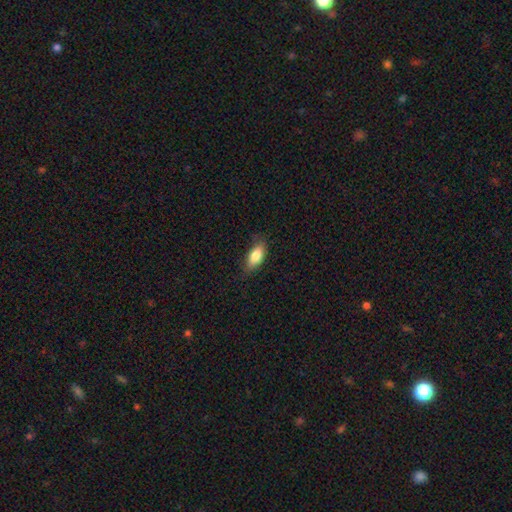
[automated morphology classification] smooth_or_featured: smooth (p=0.81) [alt: featured or disk p=0.12]
how_rounded: in between (p=0.85) [alt: cigar-shaped p=0.11]
merging: none (p=0.74) [alt: minor disturbance p=0.21]